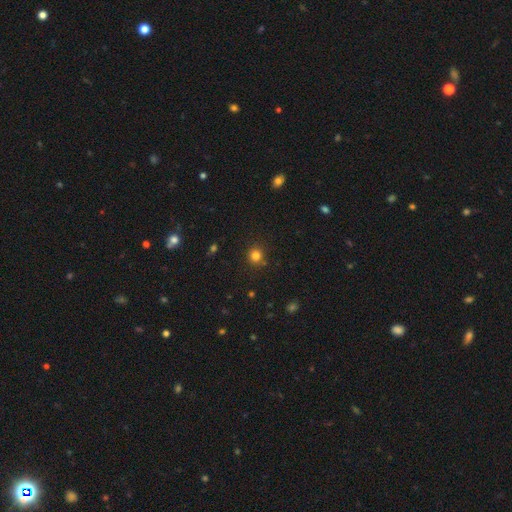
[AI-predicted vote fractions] This is clearly a smooth galaxy (80%). How rounded: clearly round (92%). Merging: clearly none (88%).